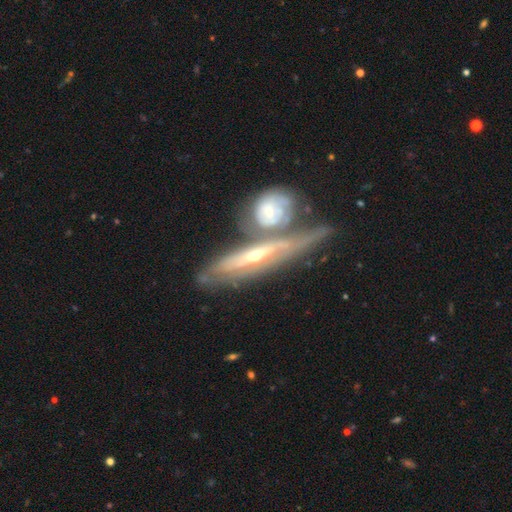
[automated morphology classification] Overall: featured or disk (78%). Edge-on disk: yes (55%; no 45%). Merging: merger (41%; none 34%).